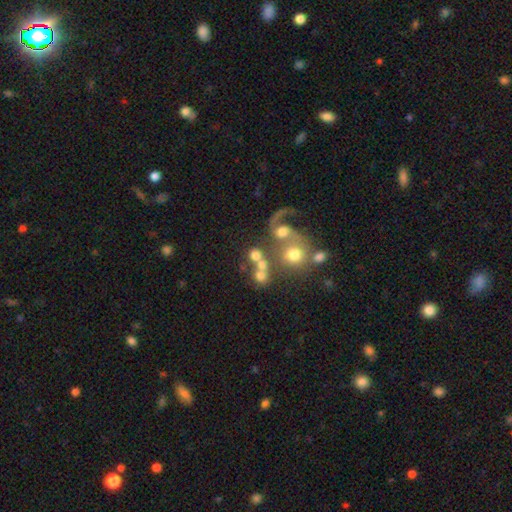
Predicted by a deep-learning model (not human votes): A smooth galaxy with no disk features (57%) that is round (80%).

Vote fractions:
- Smooth or featured? smooth: 57% / featured or disk: 30% / star or artifact: 14%
- How rounded? round: 80% / in between: 18% / cigar-shaped: 2%
- Merging? merger: 47% / none: 32% / major disturbance: 12% / minor disturbance: 9%